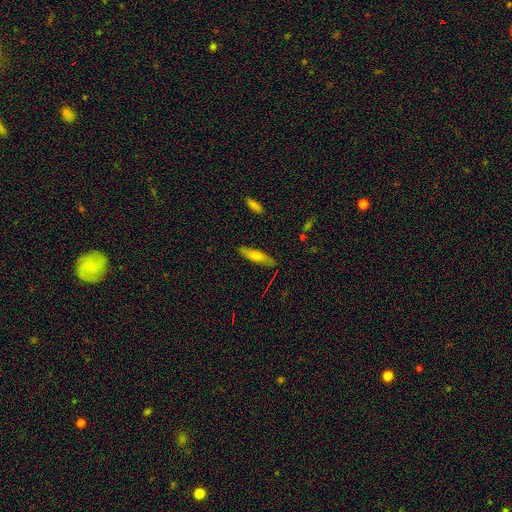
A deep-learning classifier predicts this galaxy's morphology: Smooth or featured? Predicted: smooth (p=0.63). How rounded? Predicted: cigar-shaped (p=0.73). Merging? Predicted: none (p=0.83).